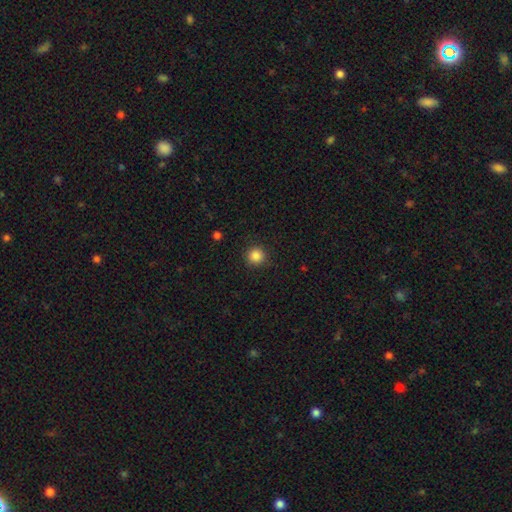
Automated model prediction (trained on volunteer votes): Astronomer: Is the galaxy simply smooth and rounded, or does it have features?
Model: smooth — 86%.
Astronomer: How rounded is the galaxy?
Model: round — 95%.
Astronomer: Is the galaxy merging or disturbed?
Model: none — 91%.